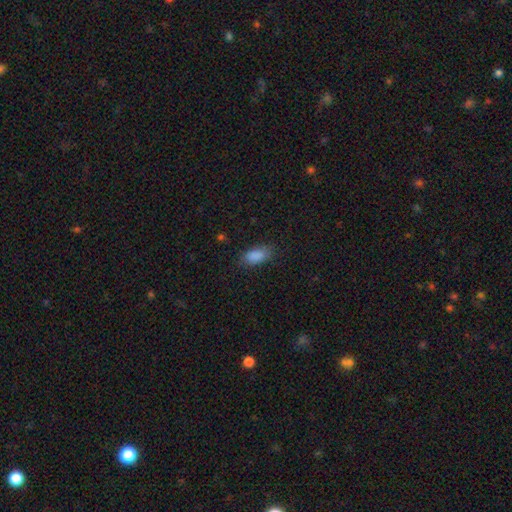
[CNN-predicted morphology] type=smooth (88%); roundness=in between (89%); merging=none (80%).